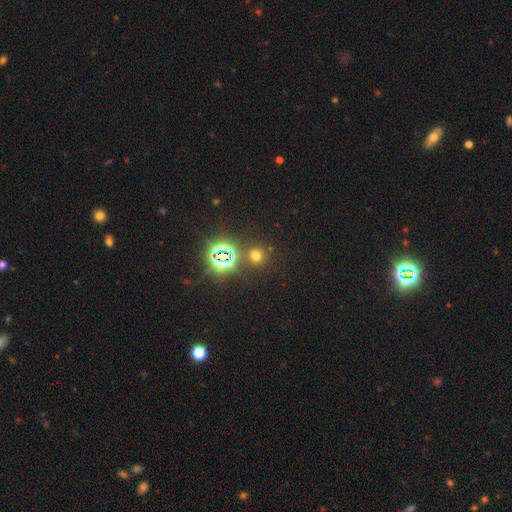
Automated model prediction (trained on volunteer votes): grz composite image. It shows a smooth galaxy with no disk features (52%) that is round (81%). Merging: none (80%).